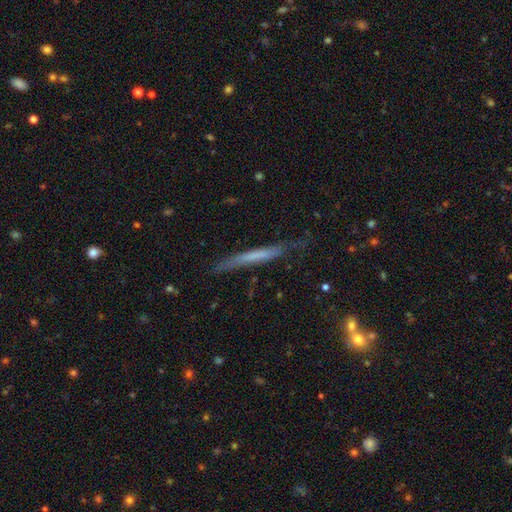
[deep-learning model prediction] This appears to be a smooth galaxy with no disk features (49%). Merging: none (69%).